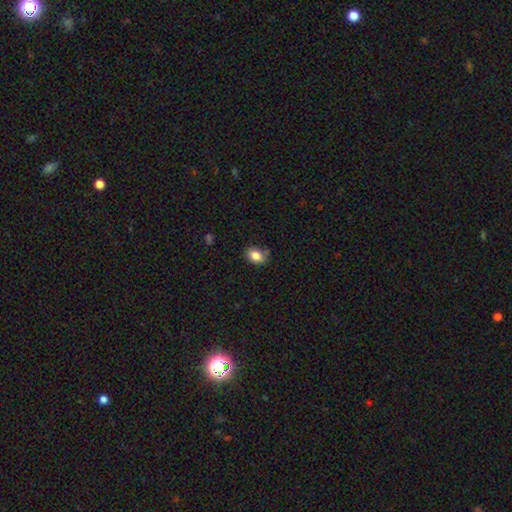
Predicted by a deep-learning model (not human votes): Overall: smooth (84%). How rounded: in between (73%). Merging: none (71%).